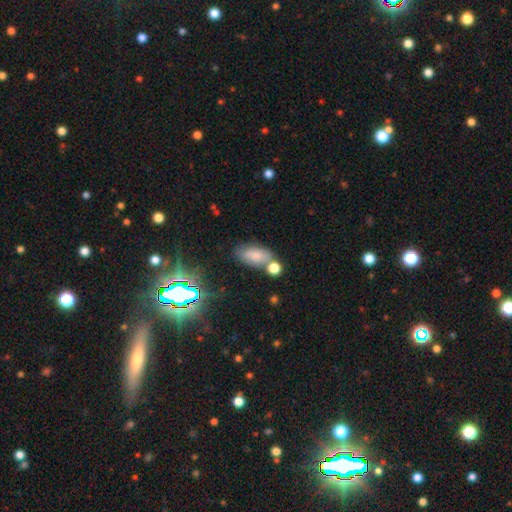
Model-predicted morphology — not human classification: Smooth or featured: smooth — 75% (star or artifact — 14%)
How rounded: in between — 87% (cigar-shaped — 7%)
Merging: none — 58% (merger — 20%)